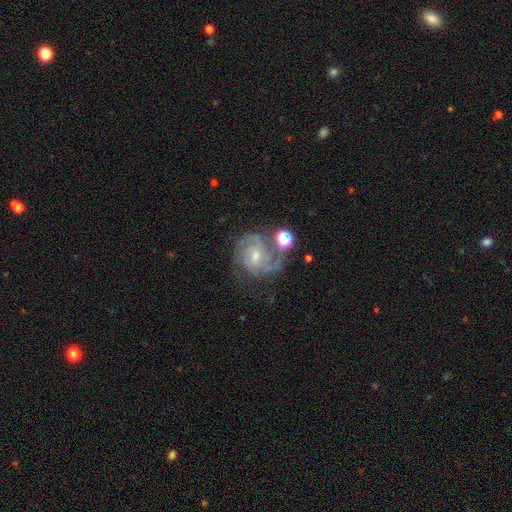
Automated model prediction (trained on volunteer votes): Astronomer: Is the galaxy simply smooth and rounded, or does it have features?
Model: featured or disk — 83%.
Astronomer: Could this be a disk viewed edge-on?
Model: no — 98%.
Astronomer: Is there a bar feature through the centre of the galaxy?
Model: weak — 47% (runner-up: no, 43%).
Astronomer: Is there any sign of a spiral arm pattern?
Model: yes — 95%.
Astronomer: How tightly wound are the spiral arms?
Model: tight — 49% (runner-up: medium, 41%).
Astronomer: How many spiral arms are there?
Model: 2 — 38% (runner-up: 3, 24%).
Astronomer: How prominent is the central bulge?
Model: small — 58% (runner-up: moderate, 35%).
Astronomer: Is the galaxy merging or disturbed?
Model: none — 55%.